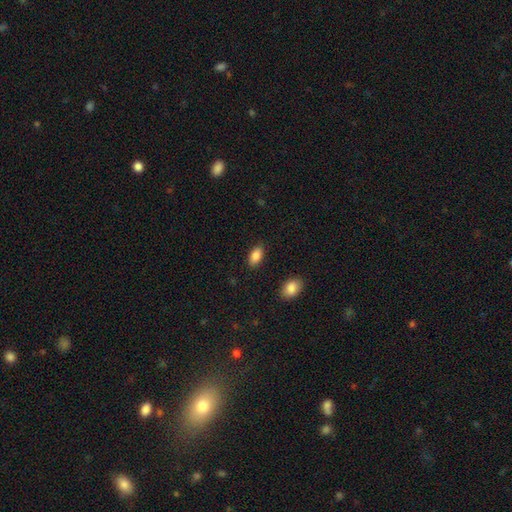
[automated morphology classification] smooth-or-featured: smooth: 88% | star or artifact: 7% | featured or disk: 5%
  how-rounded: in between: 93% | round: 4% | cigar-shaped: 3%
  merging: none: 87% | minor disturbance: 9% | major disturbance: 2% | merger: 2%